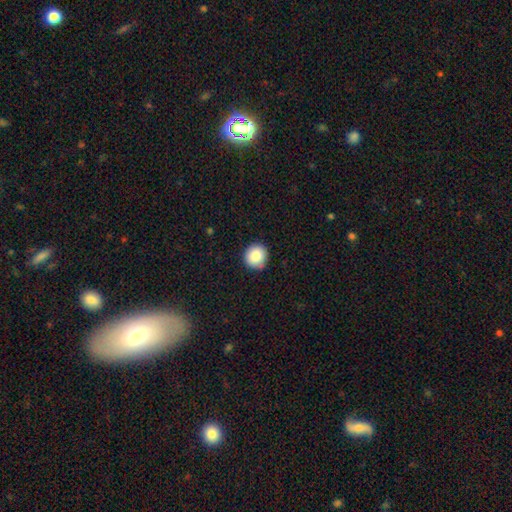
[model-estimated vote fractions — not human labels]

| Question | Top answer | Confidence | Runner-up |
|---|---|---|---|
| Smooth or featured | smooth | 87% | star or artifact (8%) |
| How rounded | round | 90% | in between (9%) |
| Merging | none | 86% | minor disturbance (11%) |